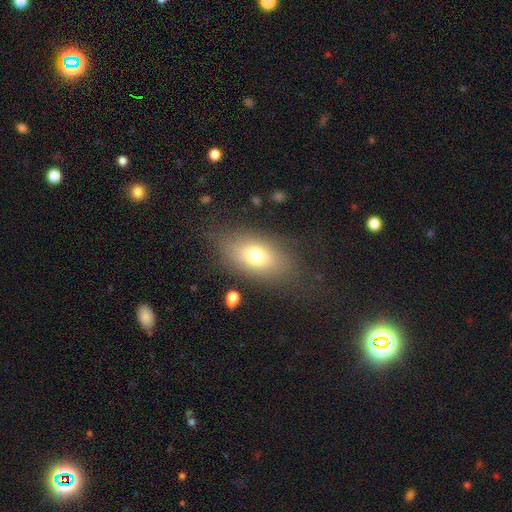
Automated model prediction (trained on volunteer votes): This appears to be a smooth galaxy with no disk features (72%) that is in between round and cigar-shaped (83%). Merging: none (75%).